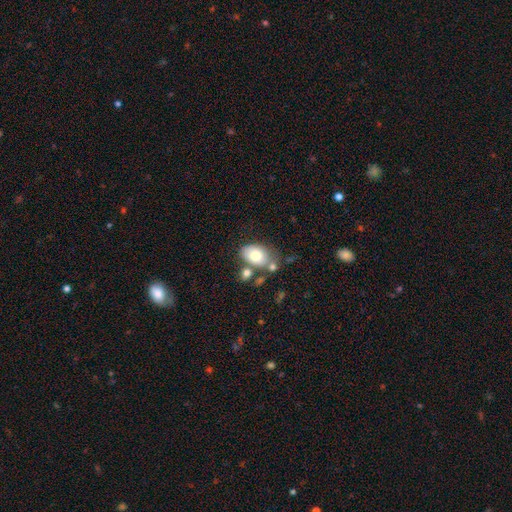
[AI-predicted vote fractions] Smooth or featured? smooth (72%)
How rounded? in between (84%)
Merging? none (54%)